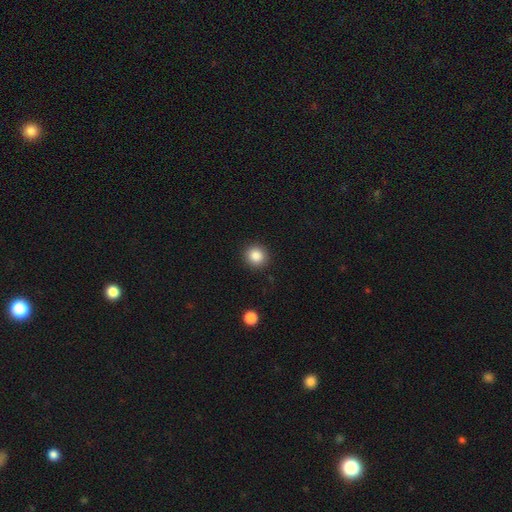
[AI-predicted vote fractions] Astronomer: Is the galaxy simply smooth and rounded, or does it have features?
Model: smooth — 86%.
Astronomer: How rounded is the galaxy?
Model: round — 92%.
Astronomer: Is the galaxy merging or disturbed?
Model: none — 91%.